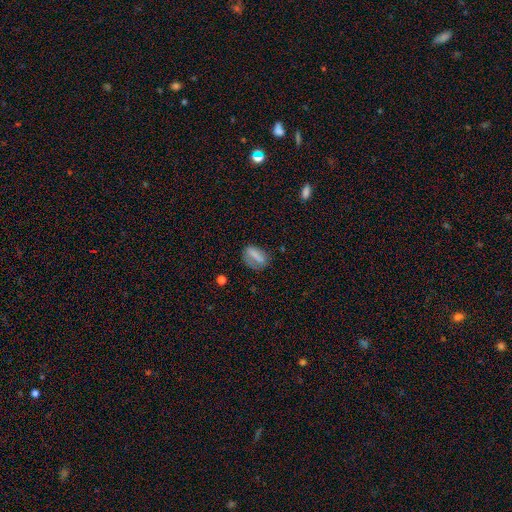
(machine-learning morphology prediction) Smooth or featured: smooth — 68% (featured or disk — 21%)
How rounded: in between — 65% (cigar-shaped — 21%)
Merging: none — 60% (minor disturbance — 22%)